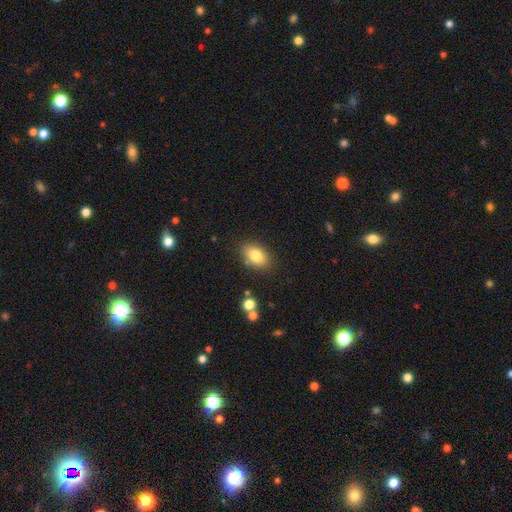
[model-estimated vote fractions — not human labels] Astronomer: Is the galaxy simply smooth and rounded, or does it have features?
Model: smooth — 80%.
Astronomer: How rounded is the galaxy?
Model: in between — 83%.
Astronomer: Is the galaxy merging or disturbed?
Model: none — 82%.